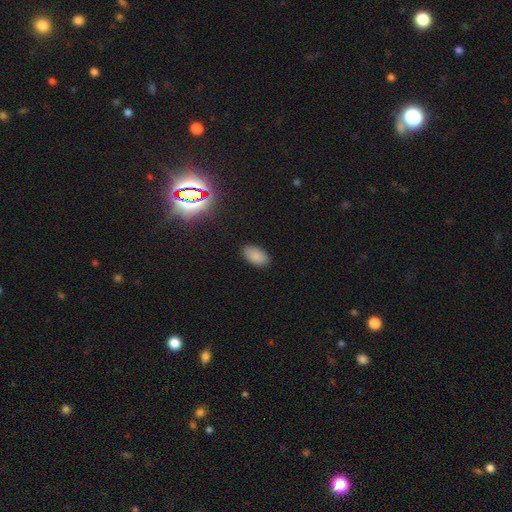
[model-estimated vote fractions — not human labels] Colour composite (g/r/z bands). It shows a smooth galaxy with no disk features (85%) that is in between round and cigar-shaped (94%). Merging: none (87%).